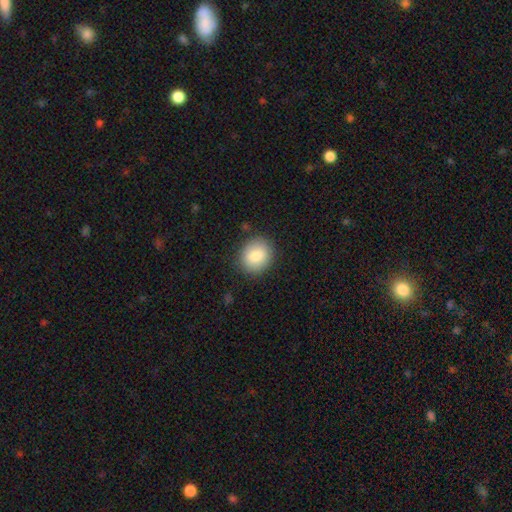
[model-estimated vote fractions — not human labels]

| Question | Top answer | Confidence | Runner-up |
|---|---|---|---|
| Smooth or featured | smooth | 84% | star or artifact (8%) |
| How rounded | round | 72% | in between (27%) |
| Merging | none | 87% | minor disturbance (9%) |